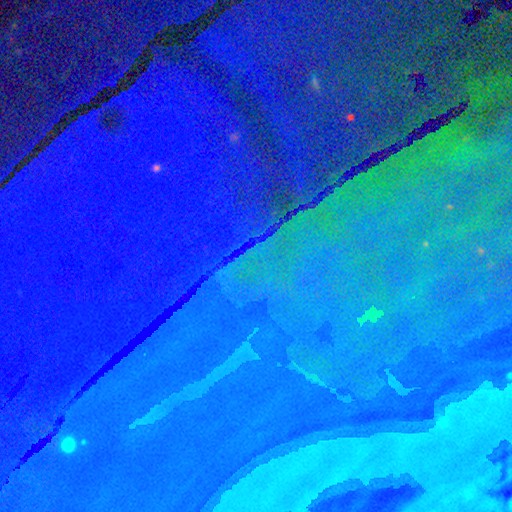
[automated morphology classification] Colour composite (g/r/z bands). It shows a star or artifact, not a galaxy (87%).